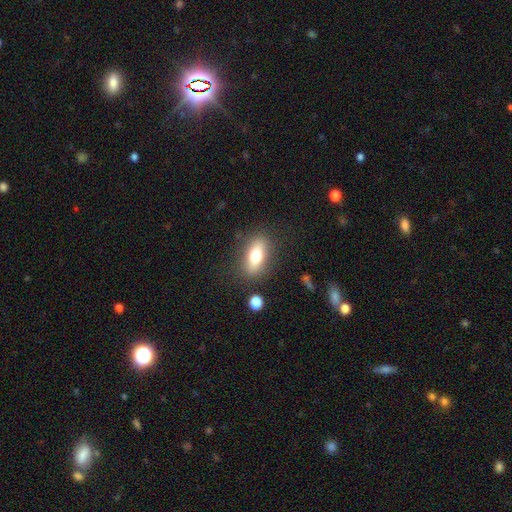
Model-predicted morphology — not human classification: Smooth or featured?
  - smooth: 71% *
  - featured or disk: 21%
  - star or artifact: 8%
How rounded?
  - in between: 78% *
  - cigar-shaped: 15%
  - round: 8%
Merging?
  - none: 83% *
  - minor disturbance: 11%
  - major disturbance: 4%
  - merger: 2%